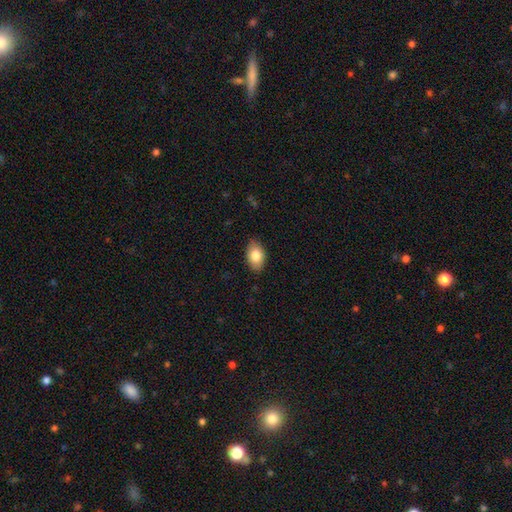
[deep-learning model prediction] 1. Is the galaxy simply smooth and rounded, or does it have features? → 83% smooth, 10% featured or disk, 7% star or artifact.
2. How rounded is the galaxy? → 91% in between, 8% round, 1% cigar-shaped.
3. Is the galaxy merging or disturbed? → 86% none, 11% minor disturbance, 2% major disturbance, 1% merger.